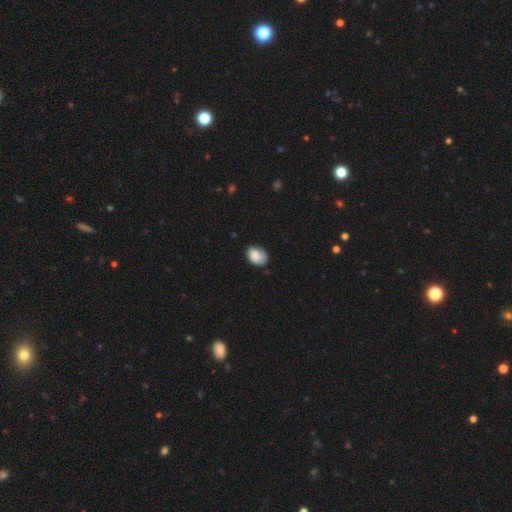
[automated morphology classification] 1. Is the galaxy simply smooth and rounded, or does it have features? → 85% smooth, 8% featured or disk, 7% star or artifact.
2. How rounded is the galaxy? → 79% in between, 20% round, 1% cigar-shaped.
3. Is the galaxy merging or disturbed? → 66% none, 27% minor disturbance, 5% major disturbance, 2% merger.